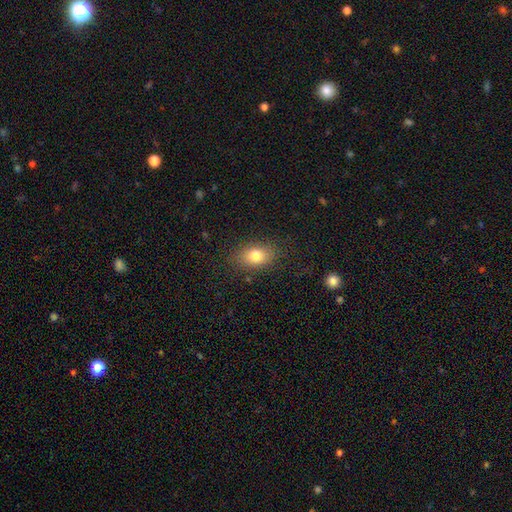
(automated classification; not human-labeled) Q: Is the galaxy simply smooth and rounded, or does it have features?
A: smooth — 79%.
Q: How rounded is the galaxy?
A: in between — 78%.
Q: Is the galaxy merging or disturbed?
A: none — 83%.